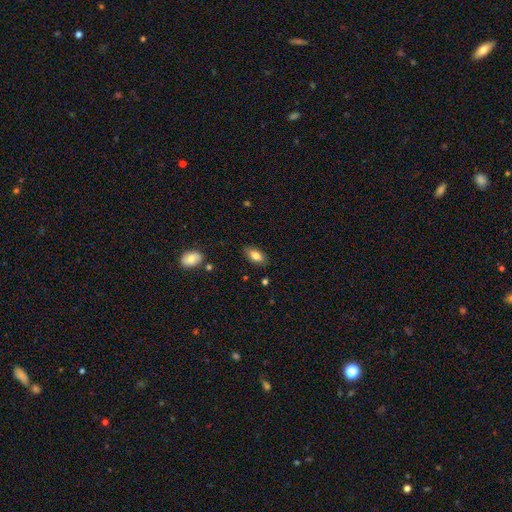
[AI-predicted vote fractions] smooth_or_featured: smooth (p=0.79) [alt: featured or disk p=0.14]
how_rounded: in between (p=0.89) [alt: cigar-shaped p=0.07]
merging: none (p=0.83) [alt: minor disturbance p=0.13]